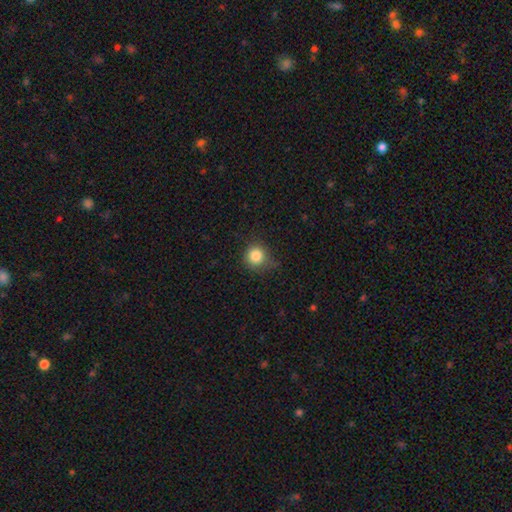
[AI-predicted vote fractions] smooth 83%, star or artifact 11%, featured or disk 5%. Down the decision tree: how rounded — round (90%); merging — none (69%).